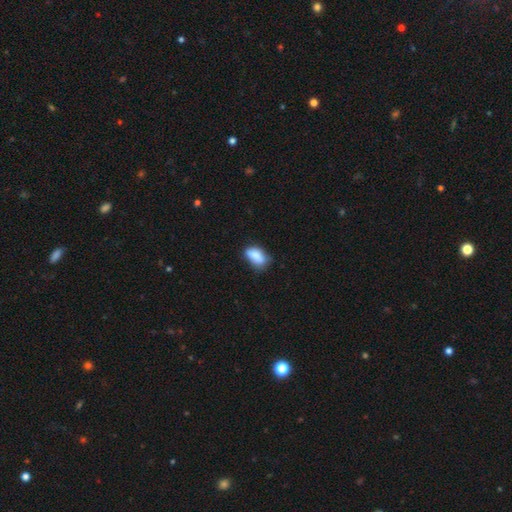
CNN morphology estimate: smooth-or-featured: smooth: 84% | featured or disk: 9% | star or artifact: 8%
  how-rounded: in between: 88% | cigar-shaped: 6% | round: 6%
  merging: none: 57% | minor disturbance: 33% | major disturbance: 7% | merger: 3%